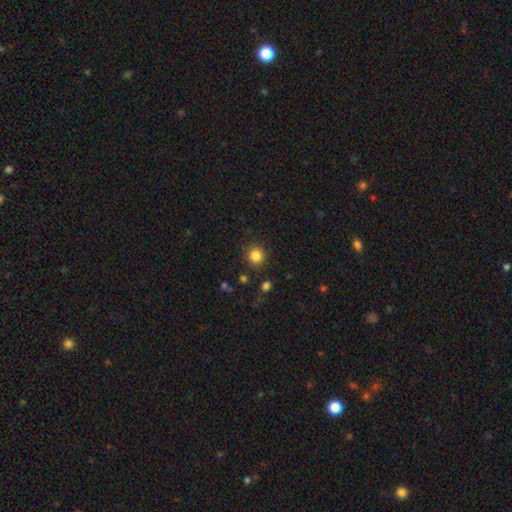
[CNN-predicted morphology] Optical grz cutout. It shows a smooth galaxy with no disk features (84%) that is round (89%). Merging: none (88%).